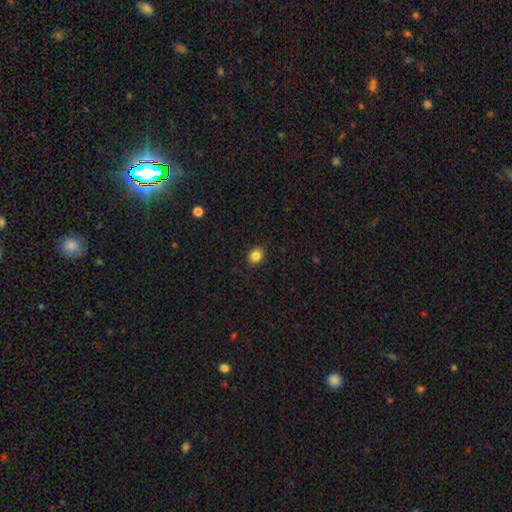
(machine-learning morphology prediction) type=smooth (85%); roundness=round (52%); merging=none (89%).